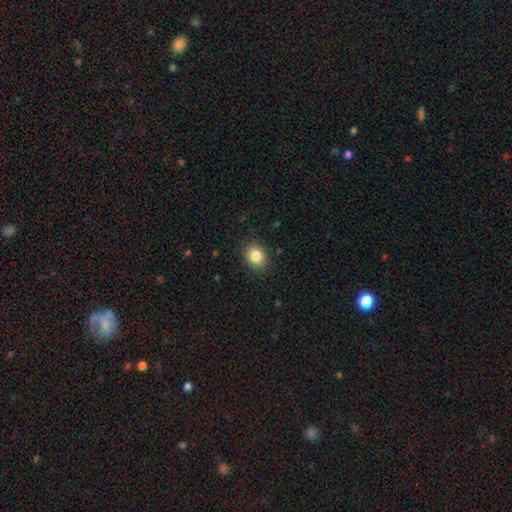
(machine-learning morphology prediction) Smooth or featured? Predicted: smooth (p=0.84). How rounded? Predicted: round (p=0.52). Merging? Predicted: none (p=0.88).